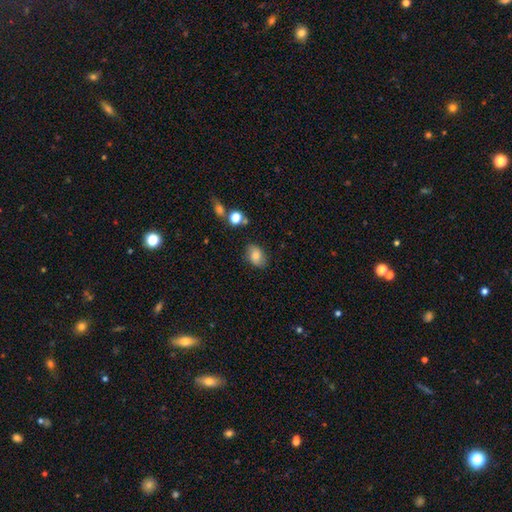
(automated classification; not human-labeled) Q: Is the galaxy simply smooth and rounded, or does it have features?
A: smooth — 73%.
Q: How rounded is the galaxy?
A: in between — 77%.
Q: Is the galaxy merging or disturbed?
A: none — 76%.